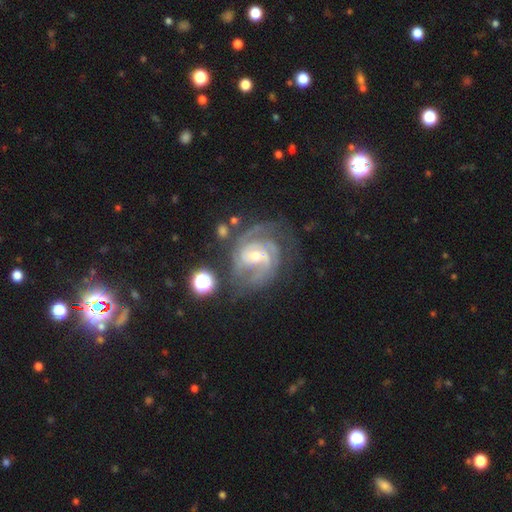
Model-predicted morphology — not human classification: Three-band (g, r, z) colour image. It shows a featured or disk galaxy (90%) with a weak bar (49%), 3 (34%, tied with 2) tight (51%) spiral arms (98%) and a small central bulge (52%). Merging: none (64%).